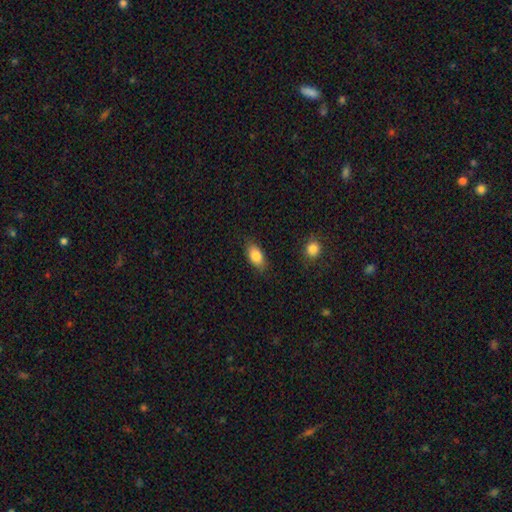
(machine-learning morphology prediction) The model was most divided on "merging": none: 84%, minor disturbance: 12%, major disturbance: 3%, merger: 2%. More confident: how rounded — in between (89%); smooth or featured — smooth (83%).